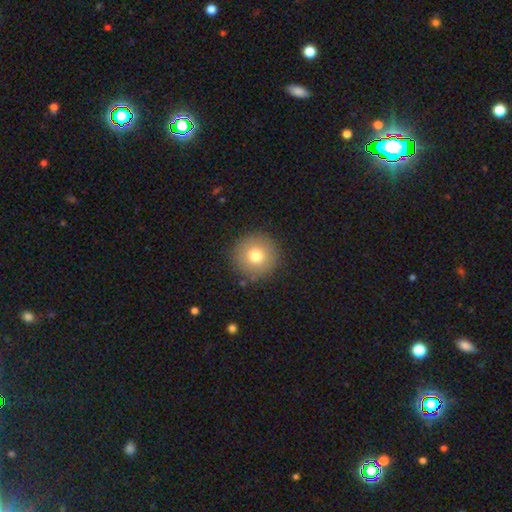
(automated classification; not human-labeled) Smooth or featured: smooth — 75% (featured or disk — 14%)
How rounded: round — 96% (in between — 3%)
Merging: none — 90% (minor disturbance — 7%)